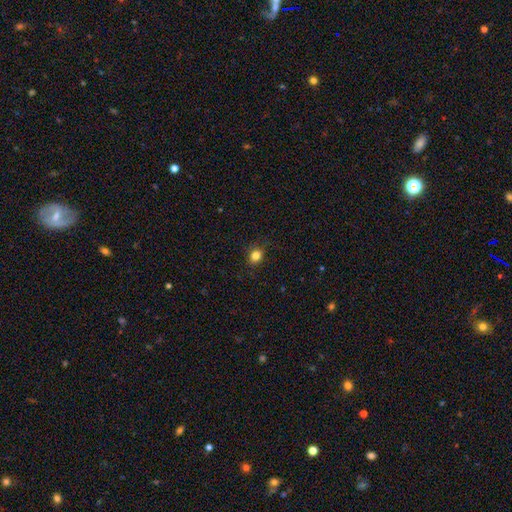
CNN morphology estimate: smooth_or_featured: smooth (p=0.83) [alt: star or artifact p=0.12]
how_rounded: round (p=0.69) [alt: in between p=0.30]
merging: none (p=0.86) [alt: minor disturbance p=0.10]